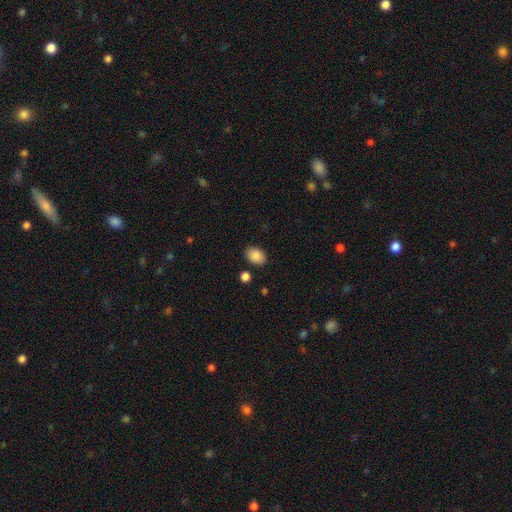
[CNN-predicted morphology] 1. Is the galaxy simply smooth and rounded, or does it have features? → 88% smooth, 8% star or artifact, 4% featured or disk.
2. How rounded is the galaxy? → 84% in between, 15% round, 1% cigar-shaped.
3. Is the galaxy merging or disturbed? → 85% none, 10% minor disturbance, 3% merger, 3% major disturbance.